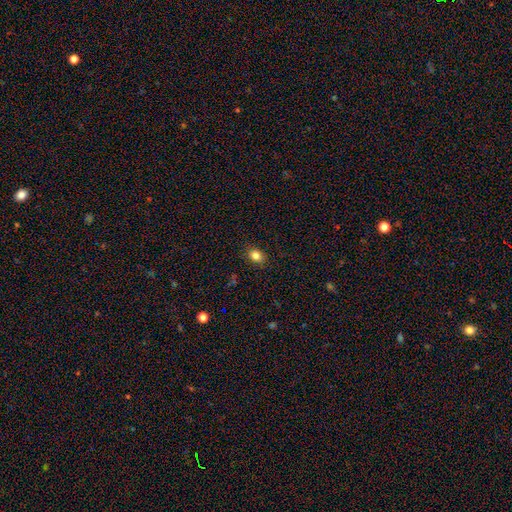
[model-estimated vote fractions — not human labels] A smooth galaxy with no disk features (83%) that is in between round and cigar-shaped (58%).

Vote fractions:
- Smooth or featured? smooth: 83% / star or artifact: 11% / featured or disk: 6%
- How rounded? in between: 58% / round: 41% / cigar-shaped: 1%
- Merging? none: 88% / minor disturbance: 9% / major disturbance: 2% / merger: 1%